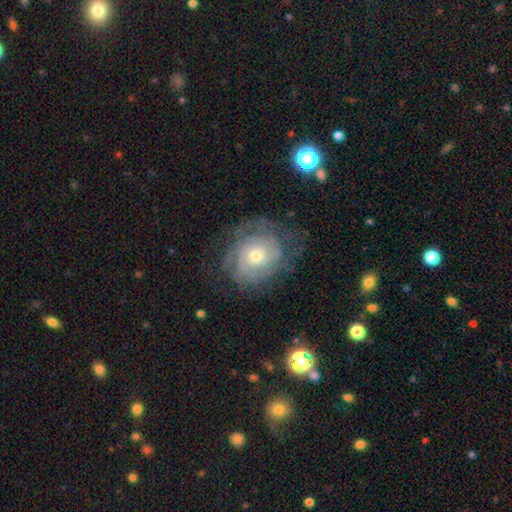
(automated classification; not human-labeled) featured or disk 78%, smooth 14%, star or artifact 7%. Down the decision tree: edge-on disk — no (97%); bar — no (80%); spiral arms — yes (91%); spiral arm count — can't tell (48%); spiral winding — tight (71%); bulge size — moderate (51%); merging — none (68%).